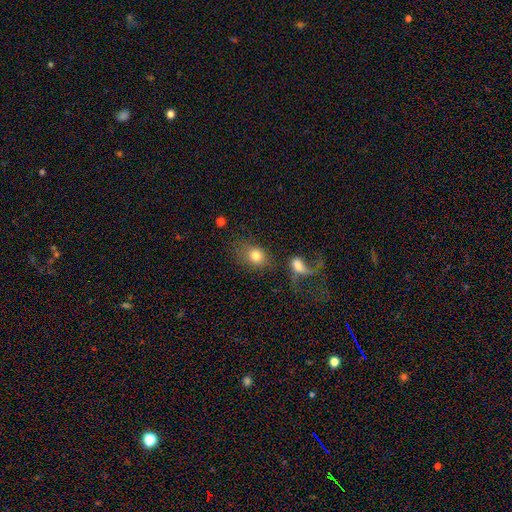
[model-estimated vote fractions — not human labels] Morphology: type=smooth (79%); roundness=in between (58%); merging=none (53%).